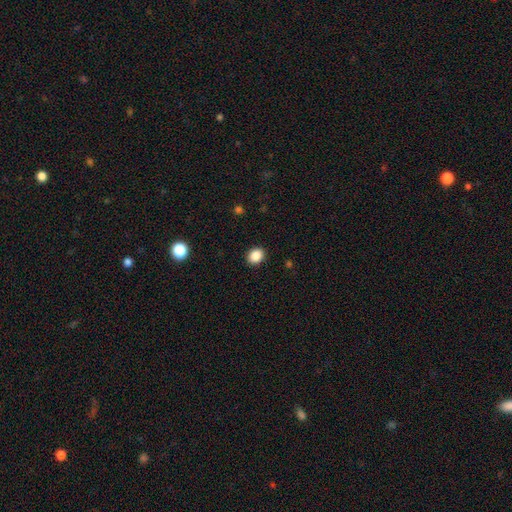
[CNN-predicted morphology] Q: Smooth or featured?
A: smooth (87%); runner-up: star or artifact (10%)
Q: How rounded?
A: round (59%); runner-up: in between (40%)
Q: Merging?
A: none (91%); runner-up: minor disturbance (6%)